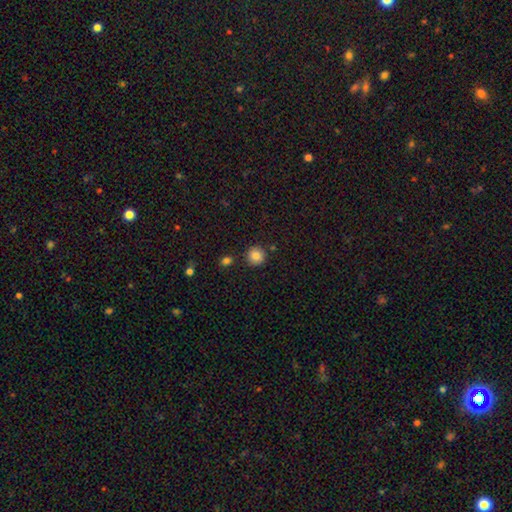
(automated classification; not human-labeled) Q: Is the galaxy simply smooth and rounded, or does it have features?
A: smooth — 83%.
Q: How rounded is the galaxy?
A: round — 93%.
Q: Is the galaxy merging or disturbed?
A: none — 86%.